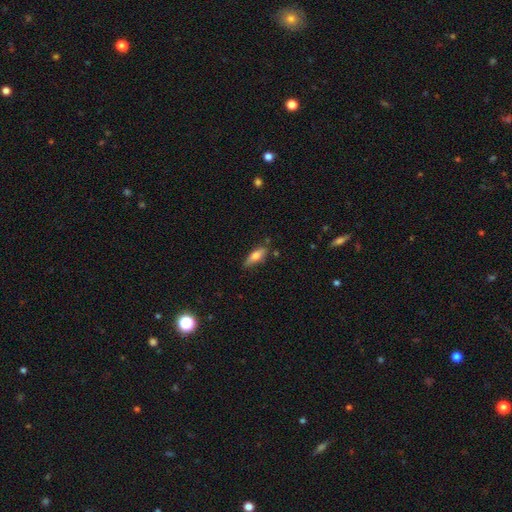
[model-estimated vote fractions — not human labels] Smooth or featured: smooth — 68% (featured or disk — 25%)
How rounded: in between — 56% (cigar-shaped — 42%)
Merging: none — 75% (minor disturbance — 19%)